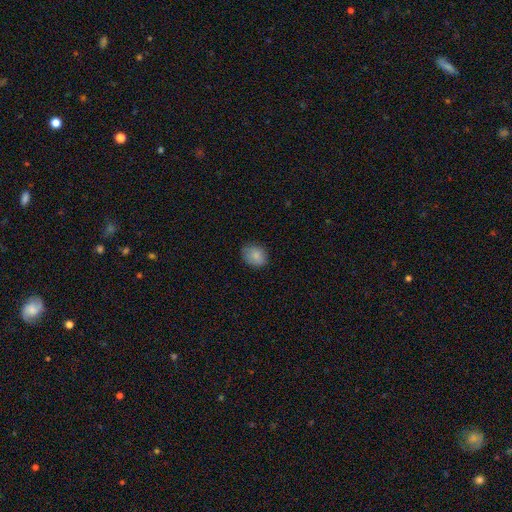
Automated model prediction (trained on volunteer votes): Smooth or featured? Predicted: smooth (p=0.84). How rounded? Predicted: in between (p=0.51). Merging? Predicted: none (p=0.77).